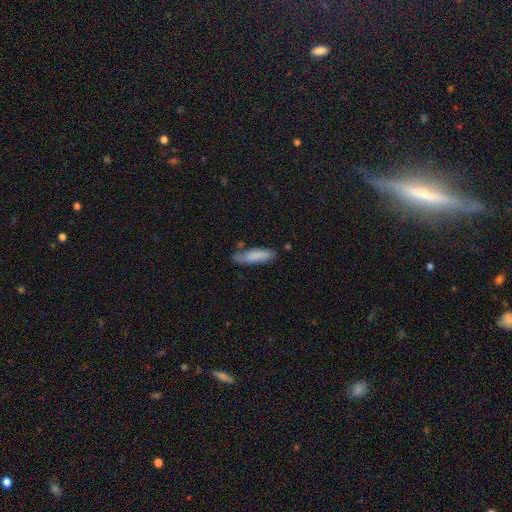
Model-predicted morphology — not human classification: This is clearly a smooth galaxy (80%). How rounded: likely cigar-shaped (63%). Merging: likely none (68%).